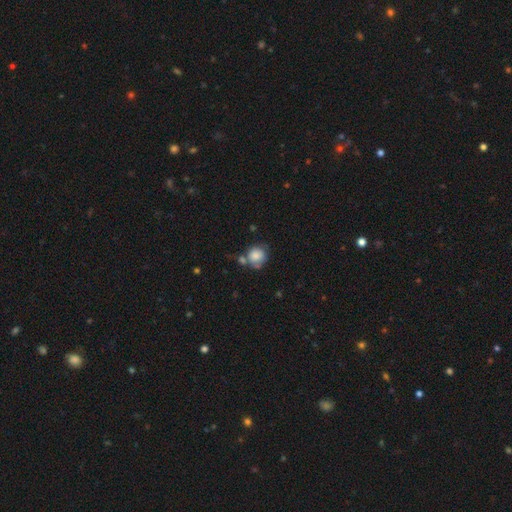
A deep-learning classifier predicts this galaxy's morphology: Smooth or featured? smooth (81%)
How rounded? round (83%)
Merging? none (48%)